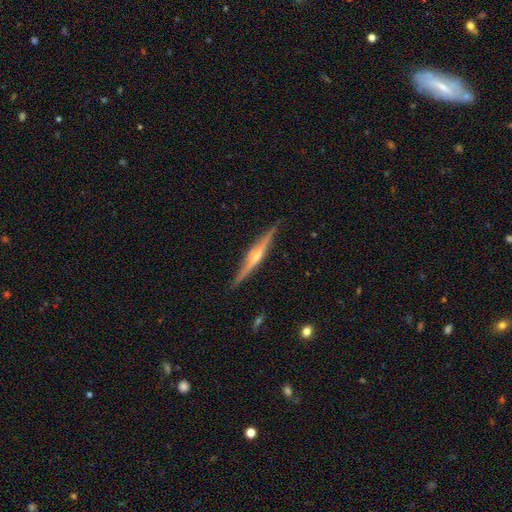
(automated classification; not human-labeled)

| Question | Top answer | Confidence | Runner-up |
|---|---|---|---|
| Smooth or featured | featured or disk | 81% | smooth (14%) |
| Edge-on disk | yes | 98% | no (2%) |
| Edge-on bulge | rounded | 81% | boxy (10%) |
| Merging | none | 88% | minor disturbance (9%) |